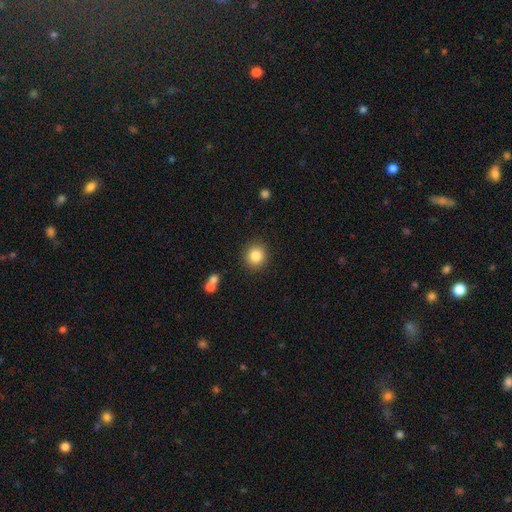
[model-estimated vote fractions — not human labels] A smooth galaxy with no disk features (84%) that is round (90%). Merging: none (89%).